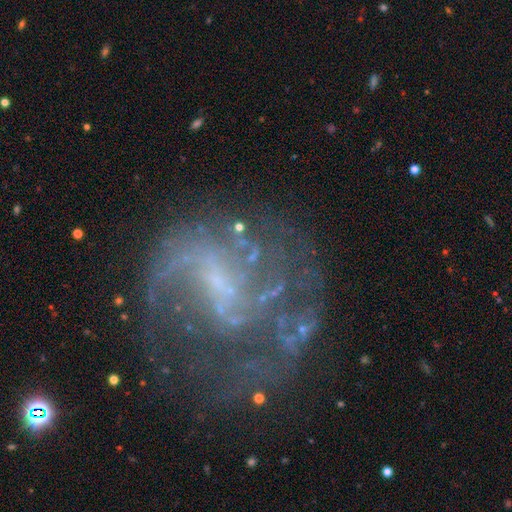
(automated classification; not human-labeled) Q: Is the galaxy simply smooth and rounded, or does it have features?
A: featured or disk — 79%.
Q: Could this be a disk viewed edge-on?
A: no — 98%.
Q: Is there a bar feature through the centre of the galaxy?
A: weak — 44%.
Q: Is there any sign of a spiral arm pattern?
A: yes — 79%.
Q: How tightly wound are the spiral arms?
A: loose — 44%.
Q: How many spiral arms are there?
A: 2 — 31%.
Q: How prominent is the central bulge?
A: small — 46%.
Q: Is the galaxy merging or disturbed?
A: none — 48%.